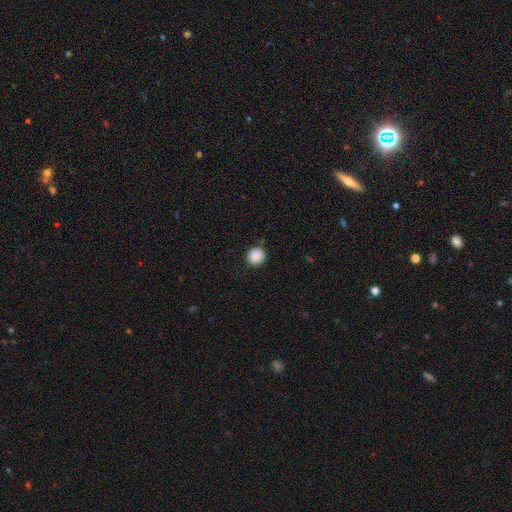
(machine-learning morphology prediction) Smooth or featured?
  - smooth: 88% *
  - star or artifact: 9%
  - featured or disk: 3%
How rounded?
  - round: 90% *
  - in between: 9%
  - cigar-shaped: 1%
Merging?
  - none: 82% *
  - minor disturbance: 13%
  - major disturbance: 3%
  - merger: 2%